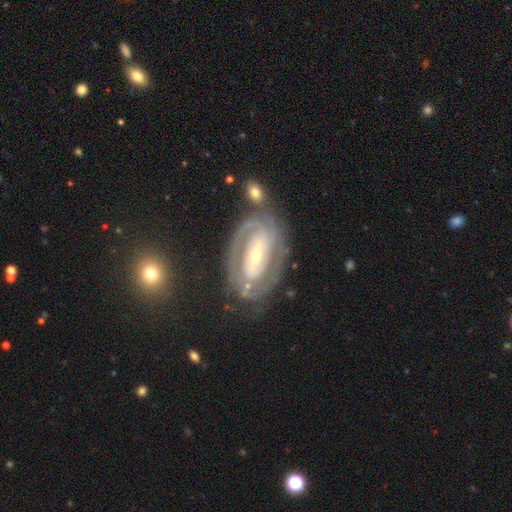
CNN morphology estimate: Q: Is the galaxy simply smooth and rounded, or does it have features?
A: featured or disk — 87%.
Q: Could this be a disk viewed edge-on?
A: no — 96%.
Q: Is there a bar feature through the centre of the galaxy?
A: no — 34%.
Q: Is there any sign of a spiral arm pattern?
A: yes — 89%.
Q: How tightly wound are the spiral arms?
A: tight — 70%.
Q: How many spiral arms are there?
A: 2 — 55%.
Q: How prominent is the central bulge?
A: small — 51%.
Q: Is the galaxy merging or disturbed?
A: none — 71%.